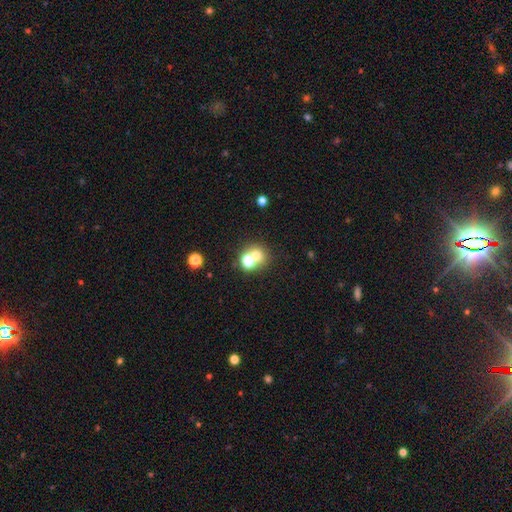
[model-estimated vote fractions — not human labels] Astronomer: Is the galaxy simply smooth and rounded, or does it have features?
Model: smooth — 67%.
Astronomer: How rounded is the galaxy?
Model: round — 81%.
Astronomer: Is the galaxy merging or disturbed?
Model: none — 48% (runner-up: merger, 42%).